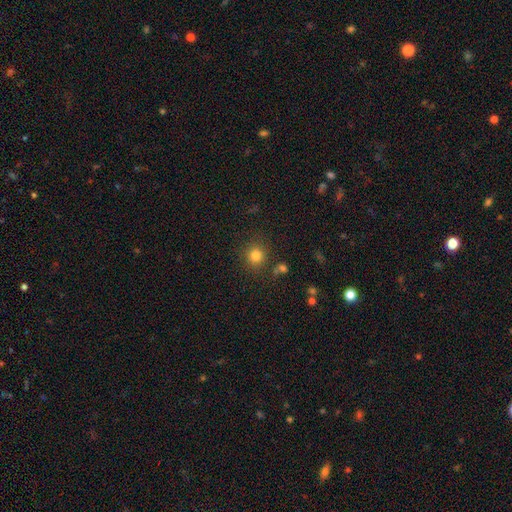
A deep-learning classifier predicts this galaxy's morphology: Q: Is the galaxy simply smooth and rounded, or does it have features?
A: smooth — 82%.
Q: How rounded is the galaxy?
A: round — 91%.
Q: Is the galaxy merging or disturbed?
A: none — 83%.